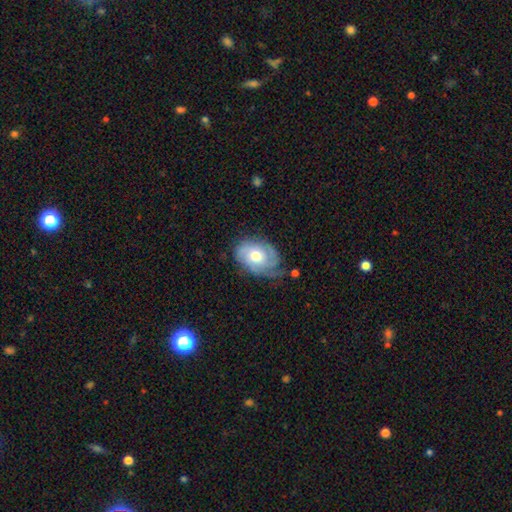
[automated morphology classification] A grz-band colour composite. It shows a featured or disk galaxy (71%) with no bar (80%), tight (61%) spiral arms (89%) and a moderate central bulge (75%). Merging: none (60%).